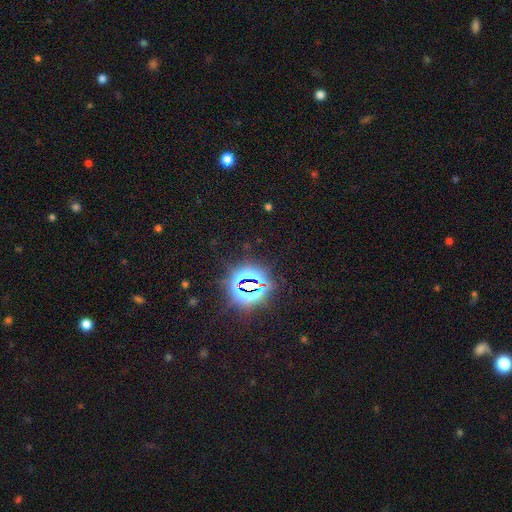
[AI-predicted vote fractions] star or artifact 84%, smooth 10%, featured or disk 6%.